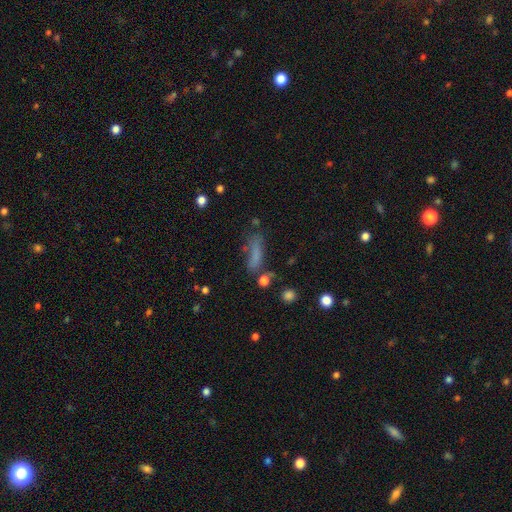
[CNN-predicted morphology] Smooth or featured? Predicted: smooth (p=0.70). How rounded? Predicted: cigar-shaped (p=0.54). Merging? Predicted: none (p=0.49).